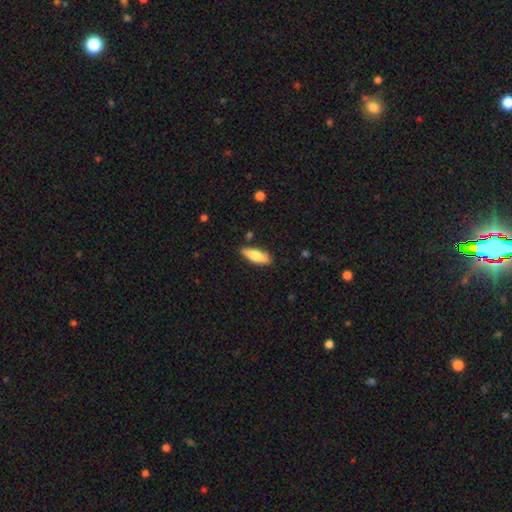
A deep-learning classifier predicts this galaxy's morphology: smooth_or_featured: smooth (p=0.69) [alt: featured or disk p=0.25]
how_rounded: in between (p=0.50) [alt: cigar-shaped p=0.48]
merging: none (p=0.85) [alt: minor disturbance p=0.11]